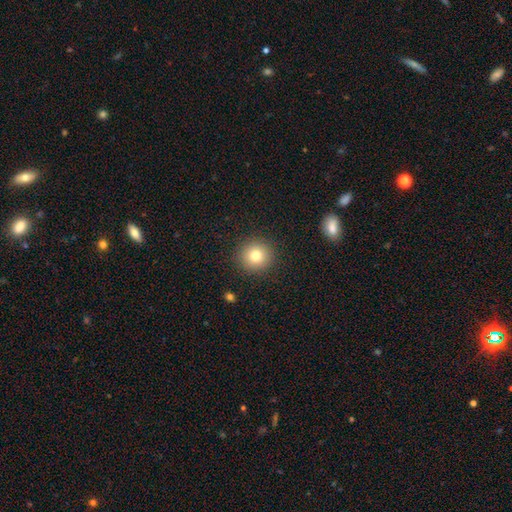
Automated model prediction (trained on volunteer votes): smooth_or_featured: smooth (p=0.79) [alt: star or artifact p=0.12]
how_rounded: round (p=0.93) [alt: in between p=0.06]
merging: none (p=0.91) [alt: minor disturbance p=0.06]